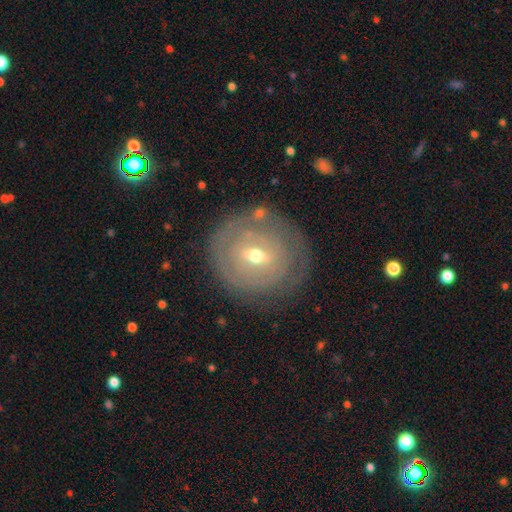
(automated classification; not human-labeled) Smooth or featured?
  - featured or disk: 70% *
  - smooth: 23%
  - star or artifact: 7%
Edge-on disk?
  - no: 95% *
  - yes: 5%
Bar?
  - weak: 53% *
  - no: 26%
  - strong: 20%
Spiral arms?
  - yes: 57% *
  - no: 43%
Bulge size?
  - moderate: 52% *
  - small: 44%
  - large: 2%
  - none: 1%
  - dominant: 1%
Merging?
  - none: 75% *
  - minor disturbance: 16%
  - major disturbance: 8%
  - merger: 2%